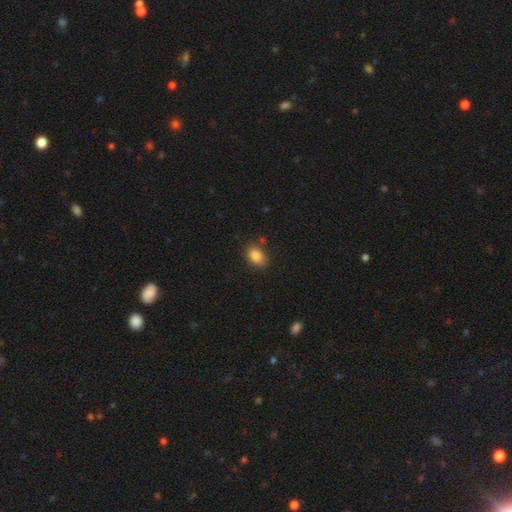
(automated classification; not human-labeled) Smooth or featured? smooth (87%)
How rounded? in between (87%)
Merging? none (80%)